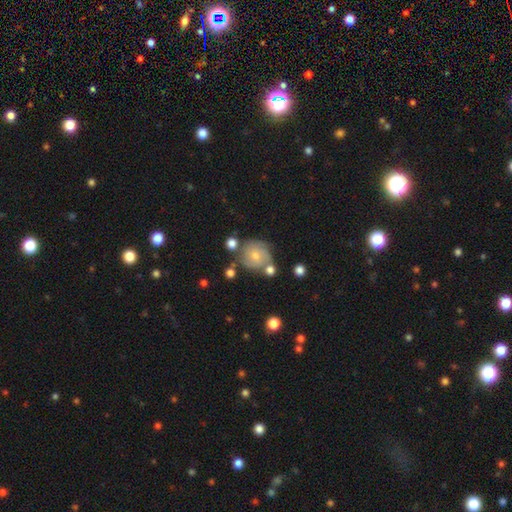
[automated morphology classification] Smooth or featured? Predicted: featured or disk (p=0.47). Merging? Predicted: none (p=0.59).